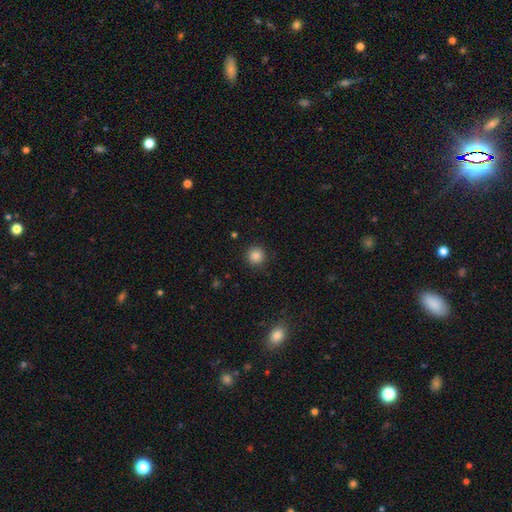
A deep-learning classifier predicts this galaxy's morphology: This appears to be a smooth galaxy with no disk features (84%) that is round (95%). Merging: none (91%).